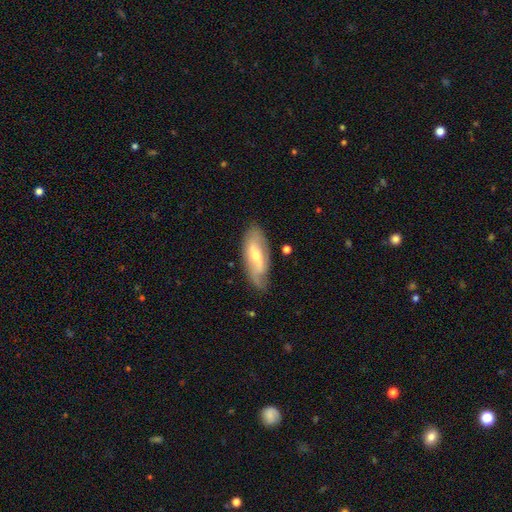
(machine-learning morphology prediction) Q: Smooth or featured?
A: featured or disk (64%); runner-up: smooth (29%)
Q: Edge-on disk?
A: no (86%); runner-up: yes (14%)
Q: Bar?
A: weak (43%); runner-up: no (30%)
Q: Spiral arms?
A: yes (82%); runner-up: no (18%)
Q: Bulge size?
A: small (48%); runner-up: moderate (46%)
Q: Merging?
A: none (72%); runner-up: minor disturbance (20%)